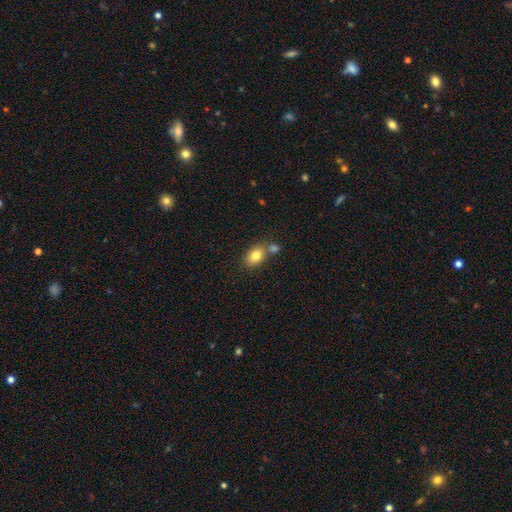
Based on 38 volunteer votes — A smooth galaxy with no disk features (89%) that is in between round and cigar-shaped (68%). Merging: none (57%).